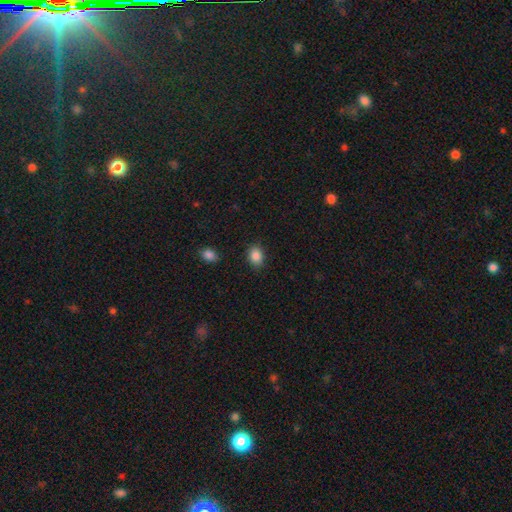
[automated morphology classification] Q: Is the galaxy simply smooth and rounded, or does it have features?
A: smooth — 87%.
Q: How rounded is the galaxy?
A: in between — 63%.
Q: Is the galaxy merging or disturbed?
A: none — 86%.